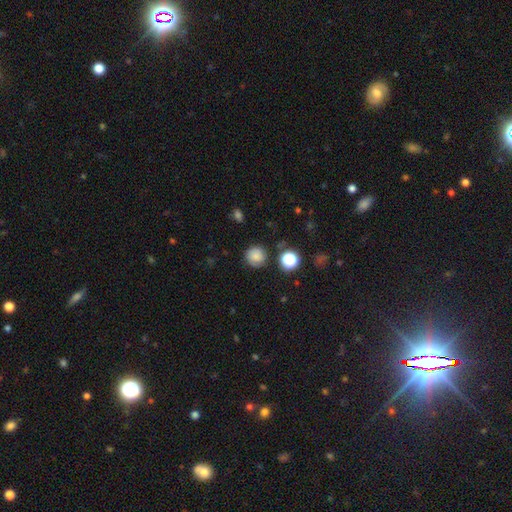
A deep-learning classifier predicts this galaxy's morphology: Smooth or featured?
  - smooth: 77% *
  - star or artifact: 13%
  - featured or disk: 10%
How rounded?
  - round: 93% *
  - in between: 6%
  - cigar-shaped: 1%
Merging?
  - none: 83% *
  - minor disturbance: 11%
  - major disturbance: 3%
  - merger: 3%